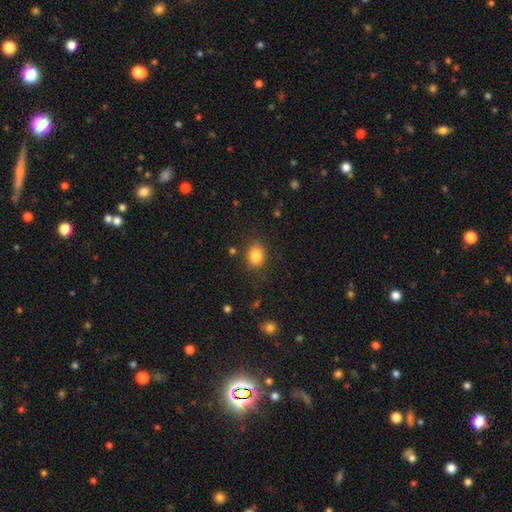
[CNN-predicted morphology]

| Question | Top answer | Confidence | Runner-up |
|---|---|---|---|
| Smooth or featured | smooth | 85% | star or artifact (10%) |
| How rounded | in between | 54% | round (45%) |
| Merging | none | 83% | minor disturbance (11%) |